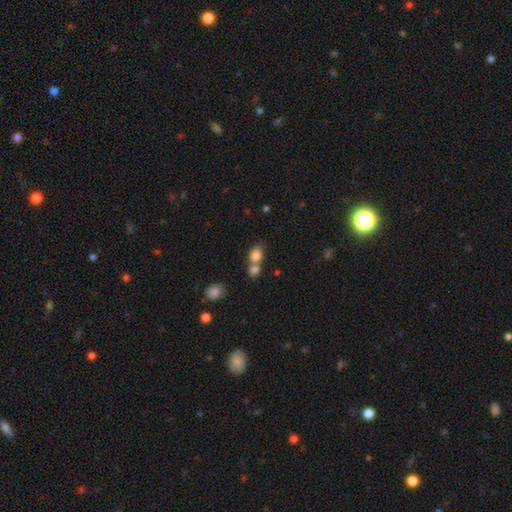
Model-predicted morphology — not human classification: smooth_or_featured: smooth (p=0.81) [alt: star or artifact p=0.10]
how_rounded: in between (p=0.53) [alt: round p=0.45]
merging: merger (p=0.52) [alt: none p=0.35]